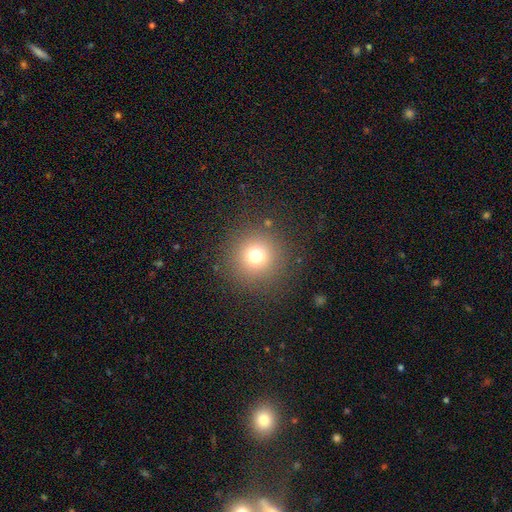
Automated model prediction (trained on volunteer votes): This appears to be a smooth galaxy with no disk features (73%) that is round (96%). Merging: none (88%).